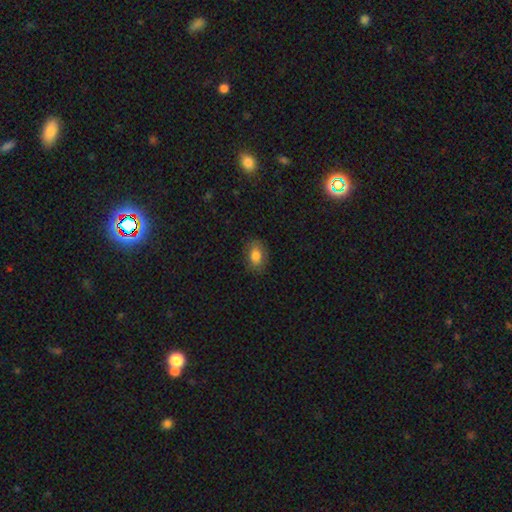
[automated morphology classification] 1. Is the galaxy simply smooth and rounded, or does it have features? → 79% smooth, 12% featured or disk, 9% star or artifact.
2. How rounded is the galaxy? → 80% in between, 18% round, 2% cigar-shaped.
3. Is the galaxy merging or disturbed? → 81% none, 15% minor disturbance, 4% major disturbance, 1% merger.